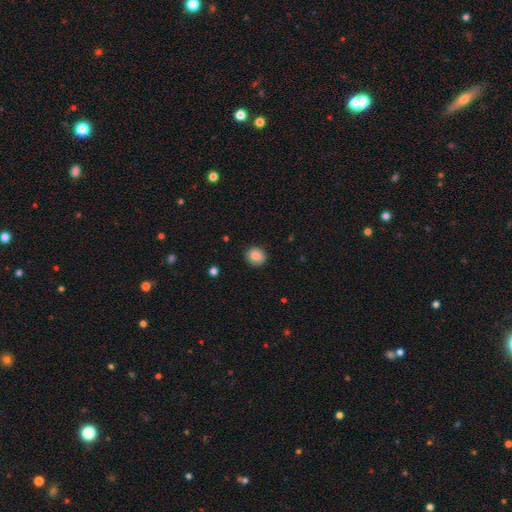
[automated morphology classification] Smooth or featured?
  - smooth: 87% *
  - star or artifact: 8%
  - featured or disk: 4%
How rounded?
  - round: 80% *
  - in between: 19%
  - cigar-shaped: 1%
Merging?
  - none: 87% *
  - minor disturbance: 9%
  - major disturbance: 2%
  - merger: 1%